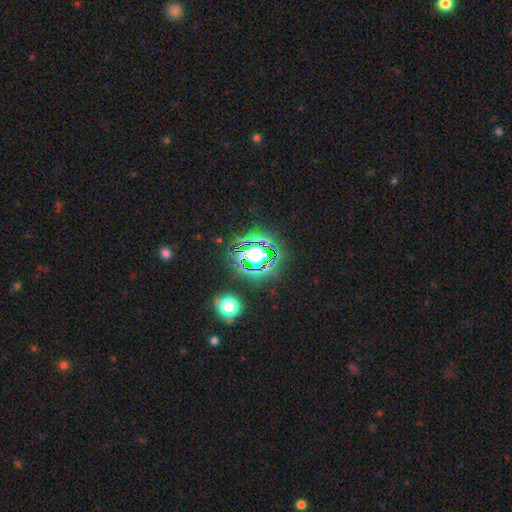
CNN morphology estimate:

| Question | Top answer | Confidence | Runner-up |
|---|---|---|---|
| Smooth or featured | star or artifact | 68% | smooth (20%) |